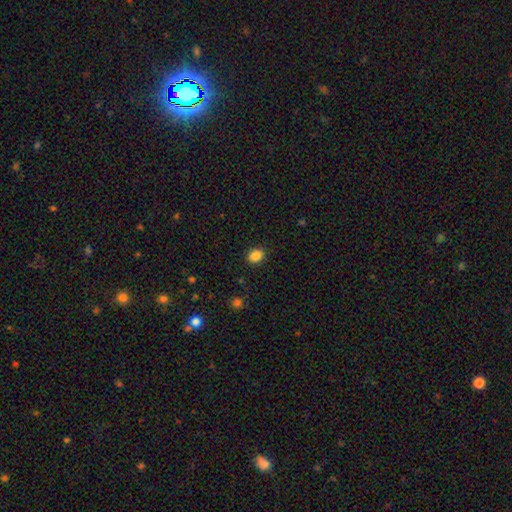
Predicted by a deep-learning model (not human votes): This is clearly a smooth galaxy (86%). How rounded: possibly round (51%). Merging: clearly none (89%).